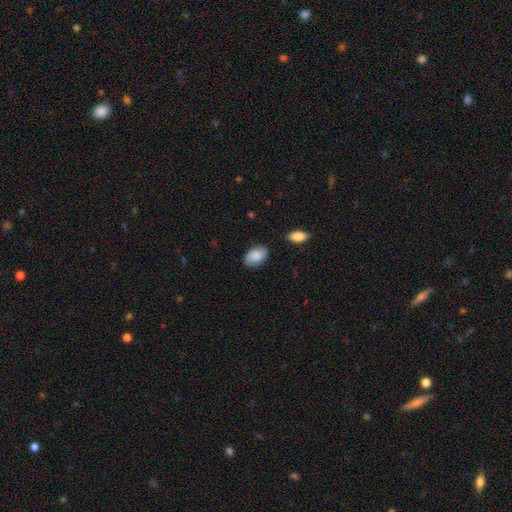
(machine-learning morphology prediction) This is clearly a smooth galaxy (84%). How rounded: clearly in between (90%). Merging: likely none (78%).